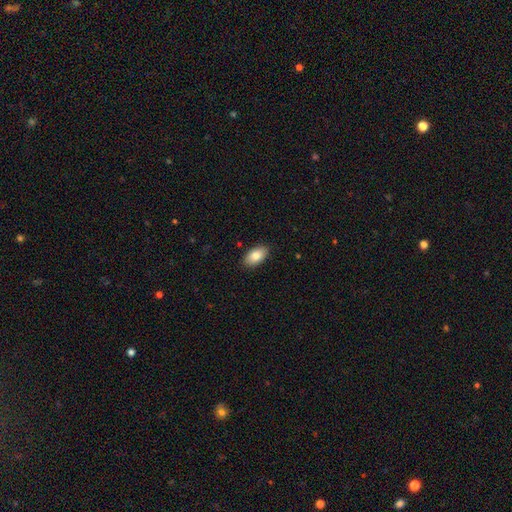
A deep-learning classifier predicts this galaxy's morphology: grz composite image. It shows a smooth galaxy with no disk features (83%) that is in between round and cigar-shaped (94%). Merging: none (89%).